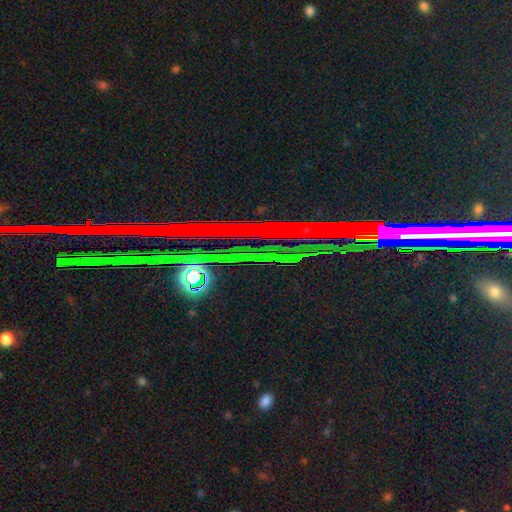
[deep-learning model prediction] smooth-or-featured: star or artifact: 83% | featured or disk: 9% | smooth: 8%